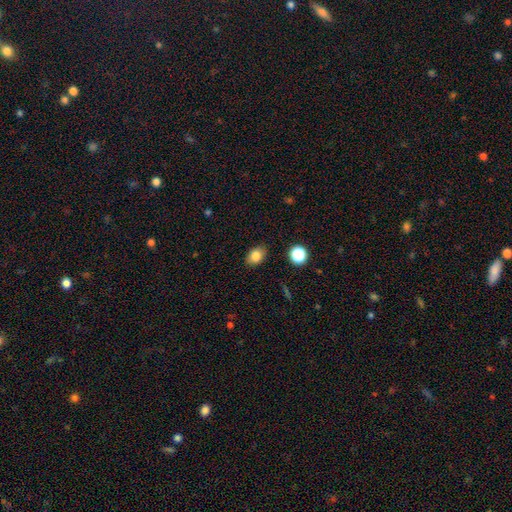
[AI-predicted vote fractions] Smooth or featured? Predicted: smooth (p=0.83). How rounded? Predicted: in between (p=0.76). Merging? Predicted: none (p=0.85).